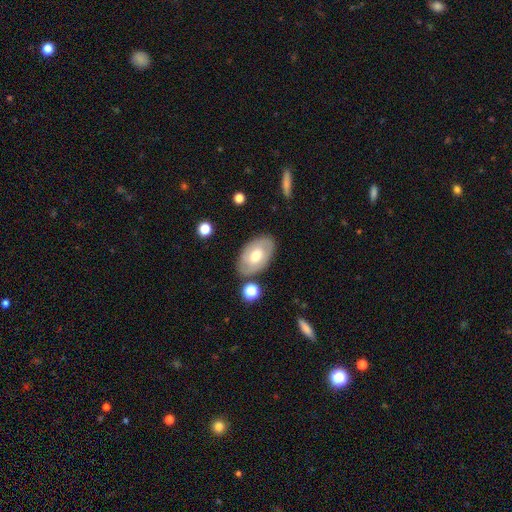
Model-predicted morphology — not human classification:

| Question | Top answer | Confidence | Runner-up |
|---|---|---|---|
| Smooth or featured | smooth | 54% | featured or disk (40%) |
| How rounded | in between | 91% | round (8%) |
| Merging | none | 77% | minor disturbance (14%) |